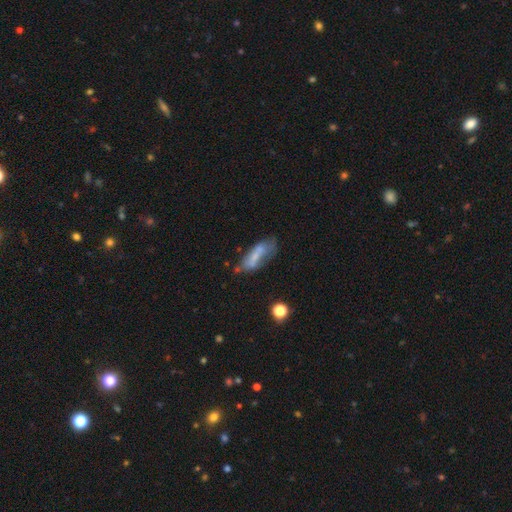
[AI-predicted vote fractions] The model was most divided on "smooth or featured": smooth: 49%, featured or disk: 41%, star or artifact: 10%. Remaining: merging — none (42%).